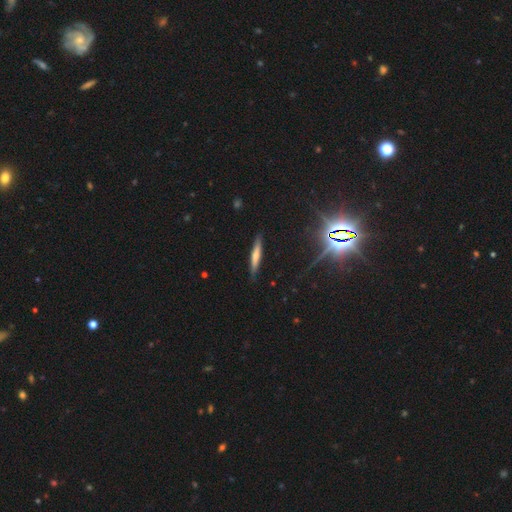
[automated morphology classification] This appears to be a smooth galaxy with no disk features (54%) that is cigar-shaped (92%). Merging: none (87%).